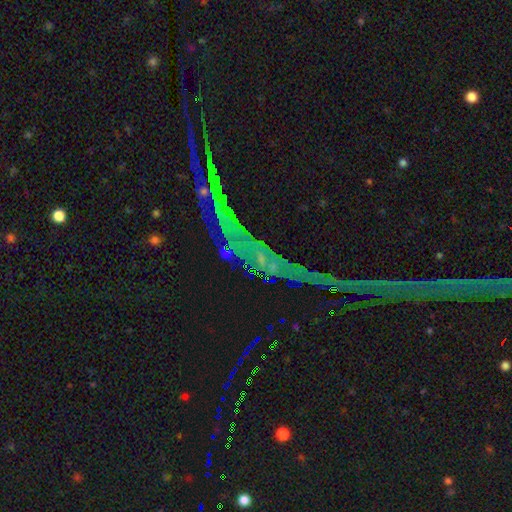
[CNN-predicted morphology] type=star or artifact (82%).